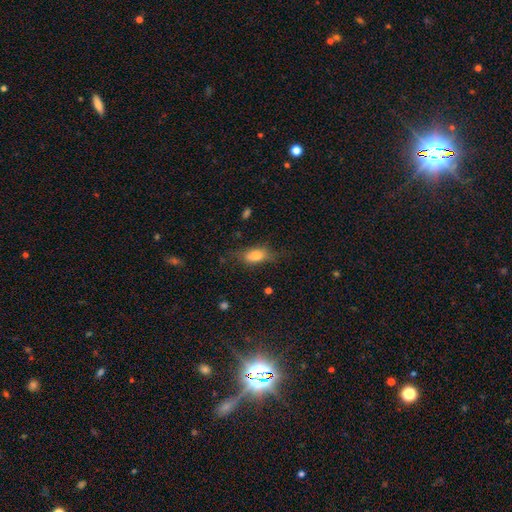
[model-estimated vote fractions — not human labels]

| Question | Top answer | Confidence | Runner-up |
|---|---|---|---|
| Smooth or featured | smooth | 73% | featured or disk (18%) |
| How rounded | in between | 80% | cigar-shaped (11%) |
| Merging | none | 61% | minor disturbance (25%) |